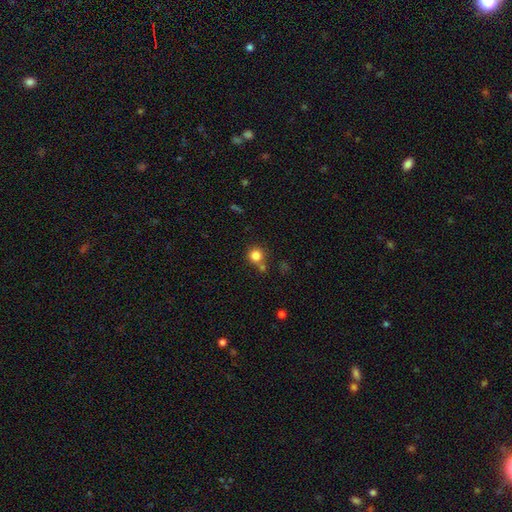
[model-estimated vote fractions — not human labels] This is clearly a smooth galaxy (82%). How rounded: clearly round (93%). Merging: likely none (67%).